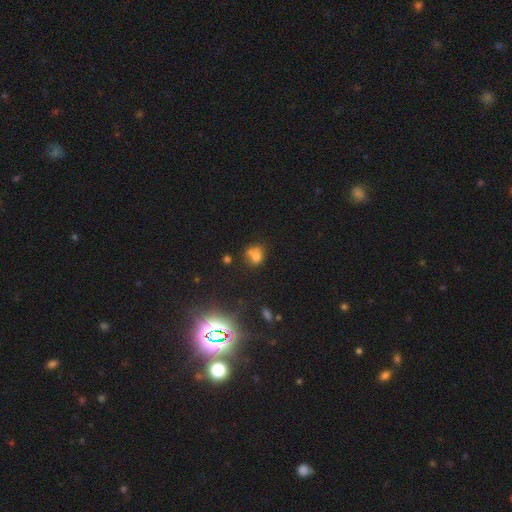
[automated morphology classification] smooth_or_featured: smooth (p=0.66) [alt: star or artifact p=0.17]
how_rounded: round (p=0.66) [alt: in between p=0.33]
merging: none (p=0.39) [alt: merger p=0.38]